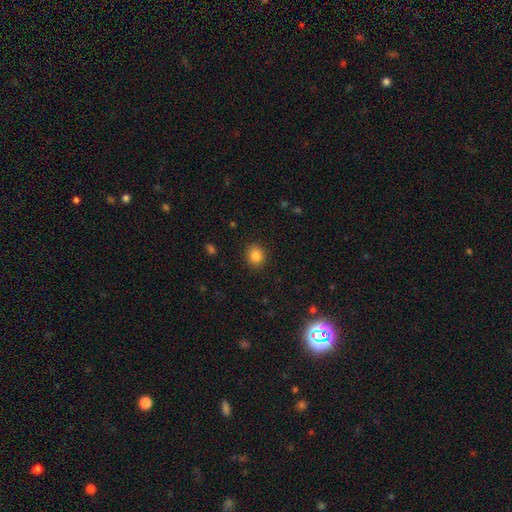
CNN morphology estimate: A smooth galaxy with no disk features (85%) that is round (74%). Merging: none (90%).